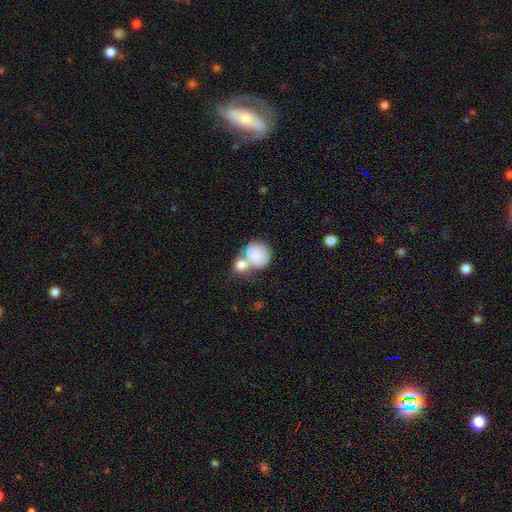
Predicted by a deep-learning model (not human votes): smooth 78%, featured or disk 15%, star or artifact 7%. Down the decision tree: how rounded — round (79%); merging — merger (52%).